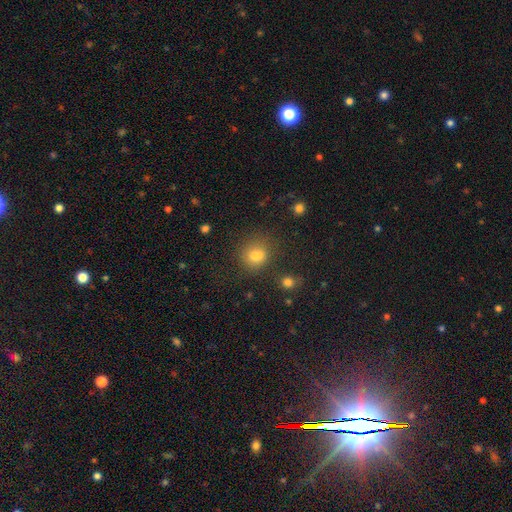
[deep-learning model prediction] Morphology: type=smooth (73%); roundness=round (72%); merging=none (60%).